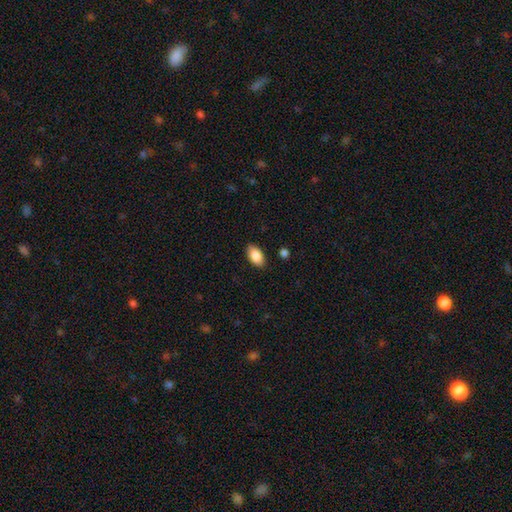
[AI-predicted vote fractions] Q: Smooth or featured?
A: smooth (88%); runner-up: star or artifact (7%)
Q: How rounded?
A: in between (94%); runner-up: round (5%)
Q: Merging?
A: none (87%); runner-up: minor disturbance (10%)